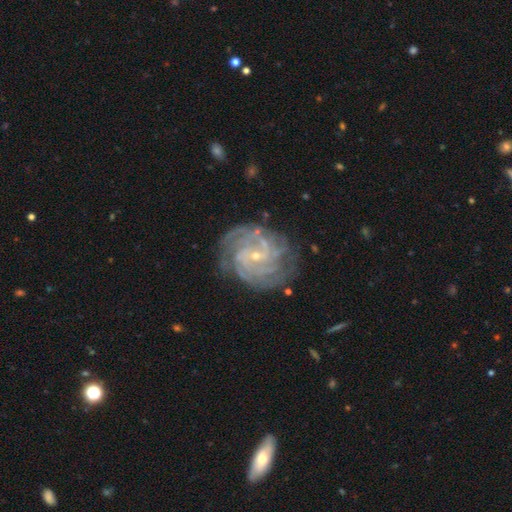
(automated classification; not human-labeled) Morphology: type=featured or disk (88%); edge-on=no (97%); bar=no (54%); spiral arms=yes (97%); winding=tight (73%); arm count=can't tell (25%); bulge=small (83%); merging=none (77%).